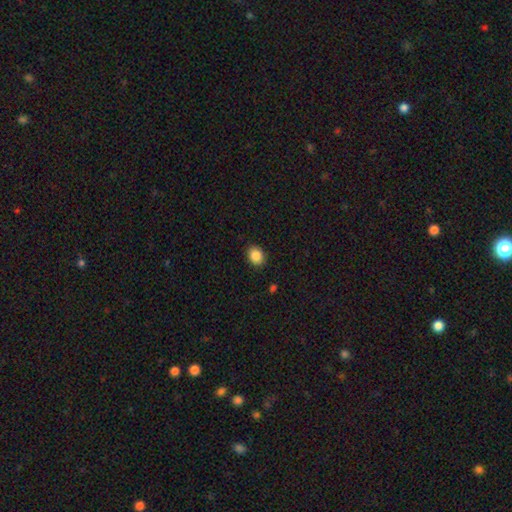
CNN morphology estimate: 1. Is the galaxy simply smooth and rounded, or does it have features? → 87% smooth, 9% star or artifact, 4% featured or disk.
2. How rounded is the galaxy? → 50% in between, 49% round, 1% cigar-shaped.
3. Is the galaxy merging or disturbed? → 89% none, 8% minor disturbance, 2% major disturbance, 1% merger.